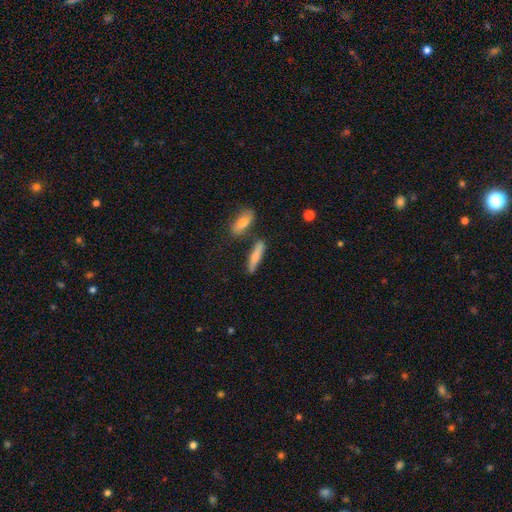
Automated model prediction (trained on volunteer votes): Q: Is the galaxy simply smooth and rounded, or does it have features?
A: smooth — 74%.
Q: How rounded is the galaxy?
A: cigar-shaped — 80%.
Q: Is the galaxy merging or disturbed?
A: none — 74%.